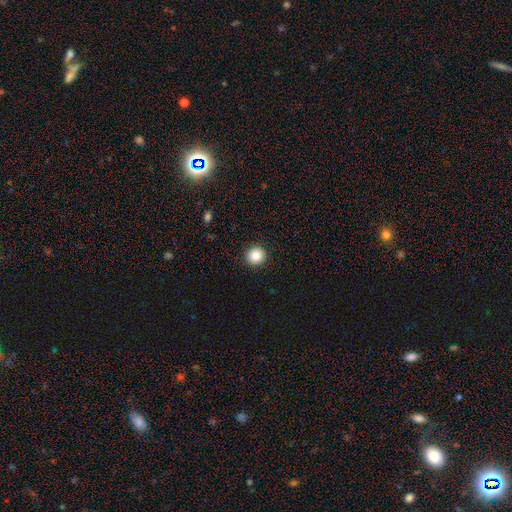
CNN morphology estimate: A smooth galaxy with no disk features (86%) that is round (93%).

Vote fractions:
- Smooth or featured? smooth: 86% / star or artifact: 9% / featured or disk: 4%
- How rounded? round: 93% / in between: 7% / cigar-shaped: 1%
- Merging? none: 93% / minor disturbance: 5% / major disturbance: 2% / merger: 1%